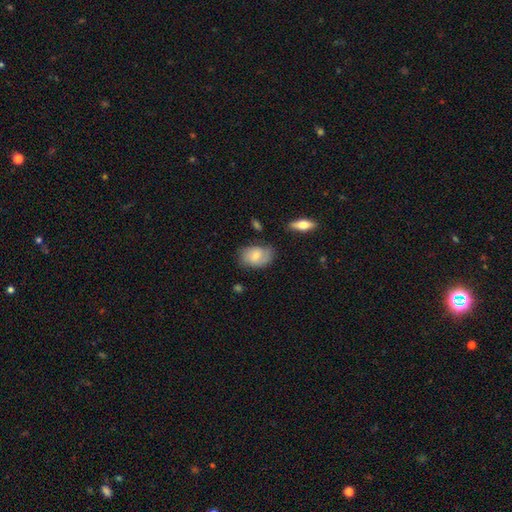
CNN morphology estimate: smooth-or-featured: smooth: 68% | featured or disk: 25% | star or artifact: 7%
  how-rounded: in between: 83% | round: 15% | cigar-shaped: 2%
  merging: none: 65% | minor disturbance: 25% | major disturbance: 6% | merger: 3%